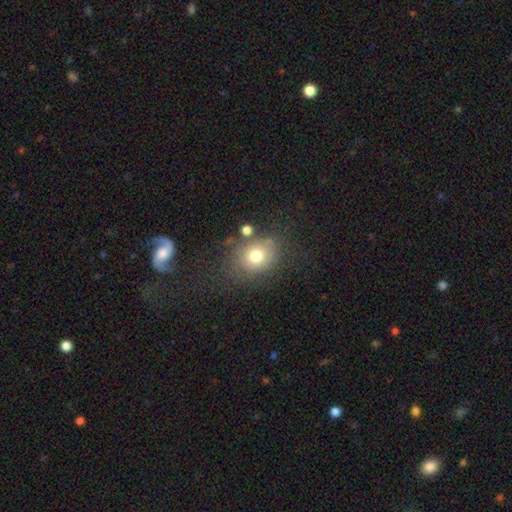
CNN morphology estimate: Smooth or featured? smooth (73%)
How rounded? round (58%)
Merging? none (69%)